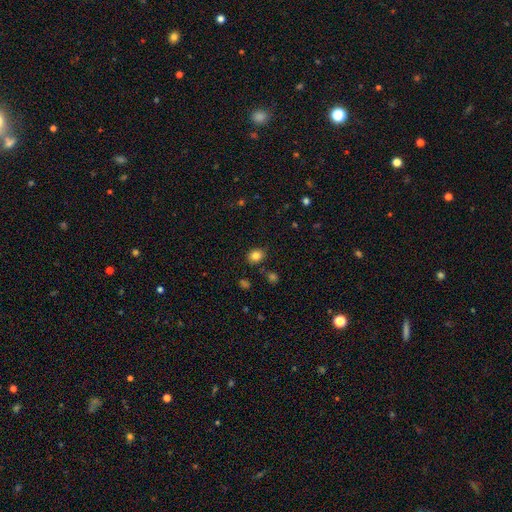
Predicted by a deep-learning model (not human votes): Smooth or featured? smooth (83%)
How rounded? round (53%)
Merging? none (84%)